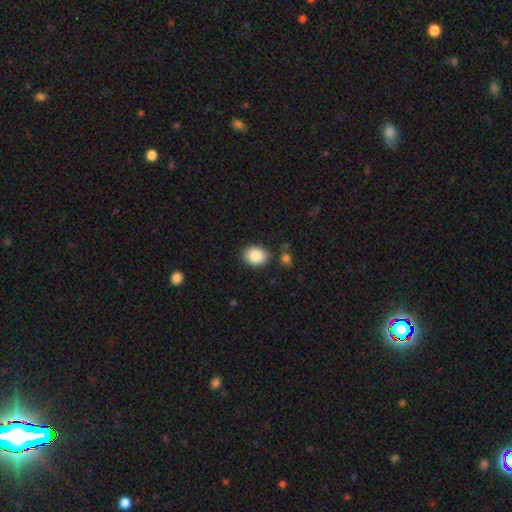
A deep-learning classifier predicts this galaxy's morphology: Smooth or featured?
  - smooth: 88% *
  - star or artifact: 8%
  - featured or disk: 4%
How rounded?
  - round: 54% *
  - in between: 45%
  - cigar-shaped: 1%
Merging?
  - none: 82% *
  - minor disturbance: 11%
  - merger: 4%
  - major disturbance: 3%